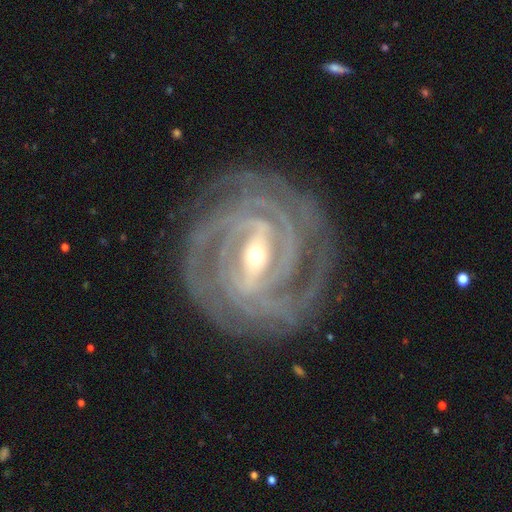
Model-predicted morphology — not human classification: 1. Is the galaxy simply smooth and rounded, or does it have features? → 93% featured or disk, 4% star or artifact, 3% smooth.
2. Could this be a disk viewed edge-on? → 96% no, 4% yes.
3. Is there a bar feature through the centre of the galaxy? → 64% strong, 27% weak, 8% no.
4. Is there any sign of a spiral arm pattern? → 98% yes, 2% no.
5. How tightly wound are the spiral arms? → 80% tight, 18% medium, 2% loose.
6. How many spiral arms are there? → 29% 4, 23% 3, 16% can't tell, 14% 2, 12% more than 4, 6% 1.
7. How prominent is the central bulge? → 60% small, 36% moderate, 2% large, 1% none, 1% dominant.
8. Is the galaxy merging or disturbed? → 82% none, 12% minor disturbance, 4% major disturbance, 1% merger.